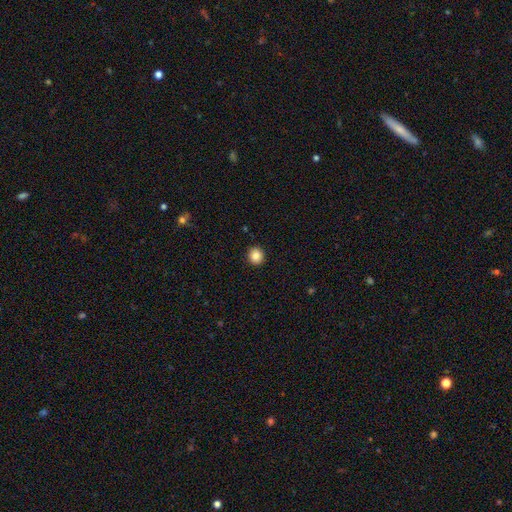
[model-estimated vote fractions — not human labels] This is clearly a smooth galaxy (85%). How rounded: clearly round (88%). Merging: clearly none (92%).